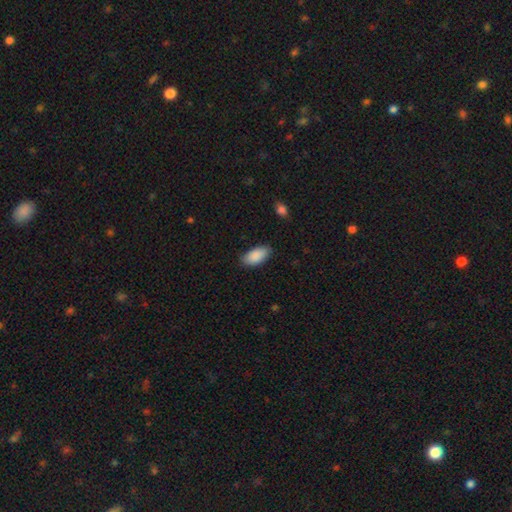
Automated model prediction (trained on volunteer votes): Morphology: type=smooth (90%); roundness=in between (94%); merging=none (83%).